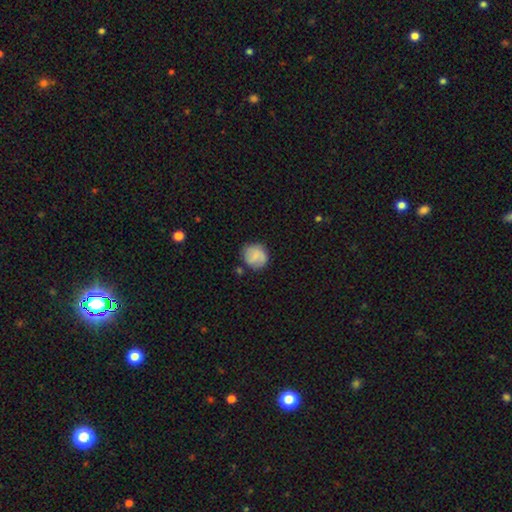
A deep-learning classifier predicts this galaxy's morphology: smooth_or_featured: smooth (p=0.68) [alt: featured or disk p=0.24]
how_rounded: round (p=0.84) [alt: in between p=0.15]
merging: none (p=0.73) [alt: minor disturbance p=0.18]